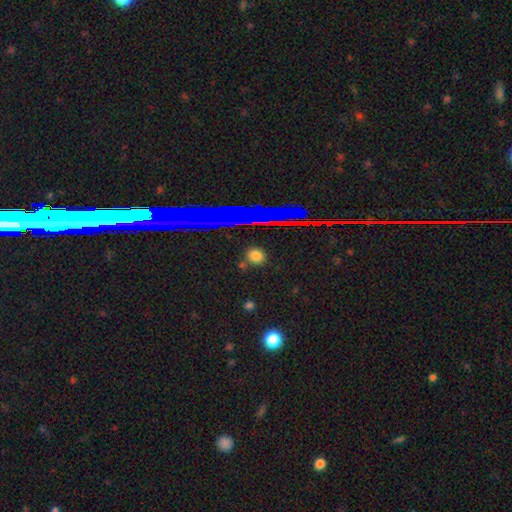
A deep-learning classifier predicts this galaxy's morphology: Smooth or featured? Predicted: smooth (p=0.74). How rounded? Predicted: round (p=0.82). Merging? Predicted: none (p=0.87).